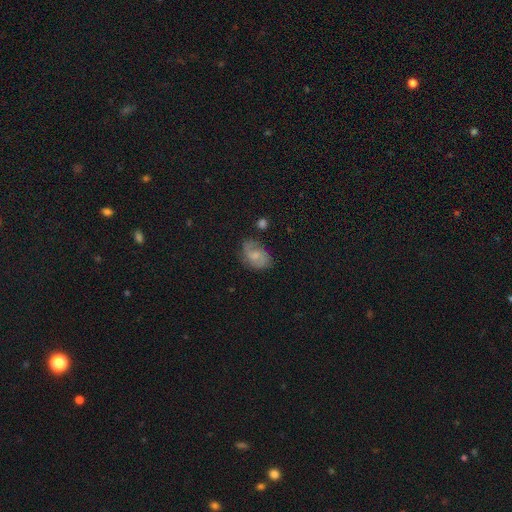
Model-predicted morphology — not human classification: featured or disk 54%, smooth 38%, star or artifact 9%. Down the decision tree: edge-on disk — no (97%); bar — no (59%); spiral arms — yes (86%); bulge size — small (48%); merging — none (63%).